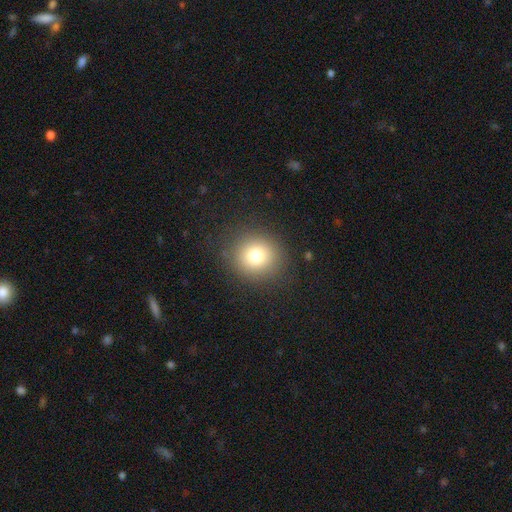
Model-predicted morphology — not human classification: This is likely a smooth galaxy (77%). How rounded: clearly round (87%). Merging: clearly none (86%).